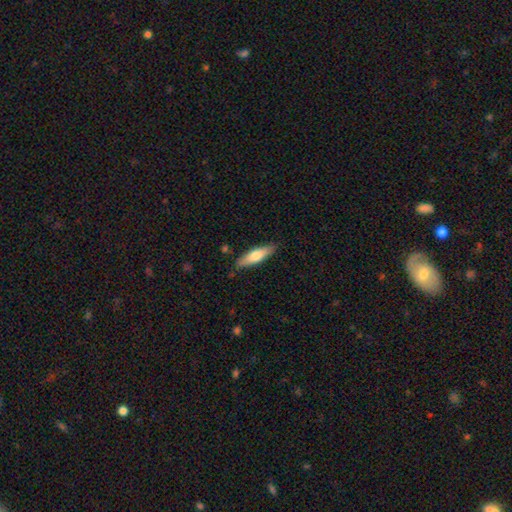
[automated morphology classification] Smooth or featured?
  - smooth: 66% *
  - featured or disk: 28%
  - star or artifact: 5%
How rounded?
  - cigar-shaped: 61% *
  - in between: 38%
  - round: 2%
Merging?
  - none: 85% *
  - minor disturbance: 11%
  - major disturbance: 2%
  - merger: 2%